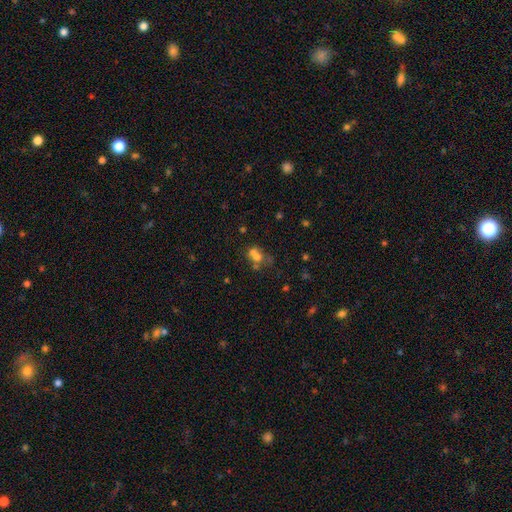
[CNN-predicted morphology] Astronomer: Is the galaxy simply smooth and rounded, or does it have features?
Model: smooth — 58%.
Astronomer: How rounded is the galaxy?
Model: round — 62%.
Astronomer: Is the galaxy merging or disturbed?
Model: merger — 55%.